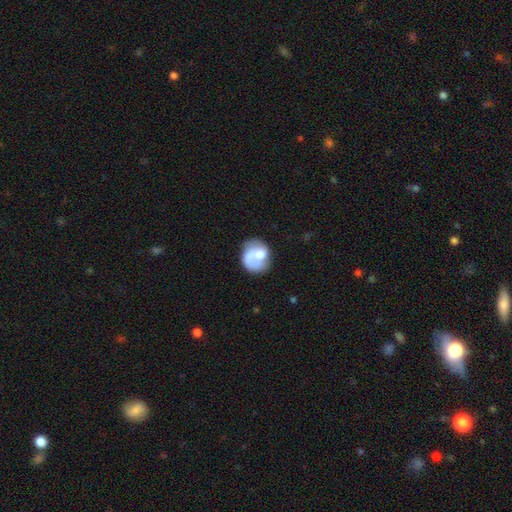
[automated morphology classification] smooth-or-featured: smooth: 48% | featured or disk: 45% | star or artifact: 7%
  merging: none: 40% | merger: 24% | minor disturbance: 20% | major disturbance: 16%